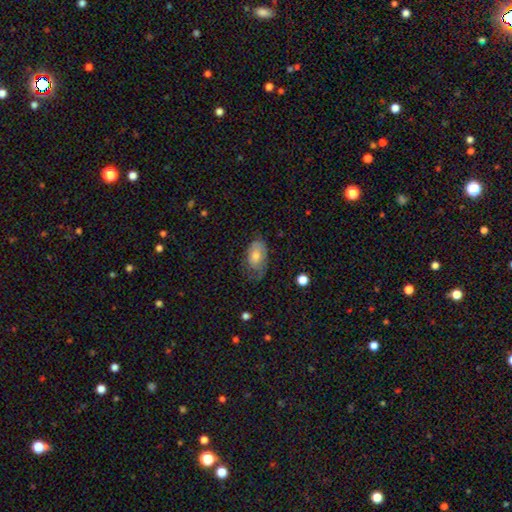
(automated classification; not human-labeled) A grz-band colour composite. It shows a smooth galaxy with no disk features (62%) that is in between round and cigar-shaped (90%). Merging: none (51%).